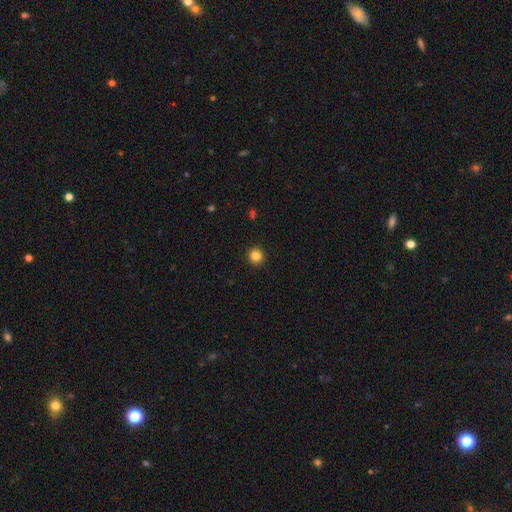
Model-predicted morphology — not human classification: smooth_or_featured: smooth (p=0.84) [alt: star or artifact p=0.11]
how_rounded: round (p=0.94) [alt: in between p=0.06]
merging: none (p=0.93) [alt: minor disturbance p=0.04]